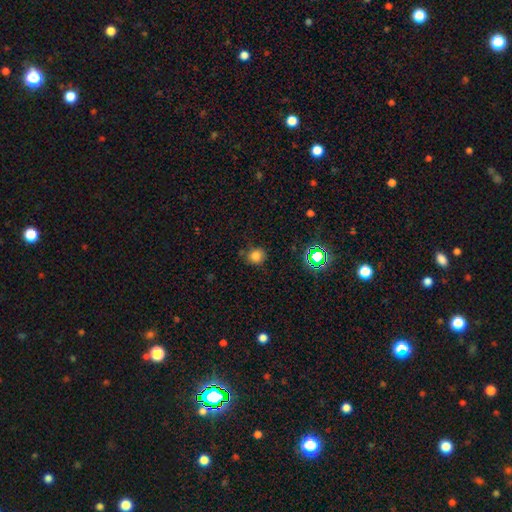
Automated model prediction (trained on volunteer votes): A smooth galaxy with no disk features (77%) that is round (83%).

Vote fractions:
- Smooth or featured? smooth: 77% / star or artifact: 17% / featured or disk: 5%
- How rounded? round: 83% / in between: 16% / cigar-shaped: 1%
- Merging? none: 76% / minor disturbance: 17% / major disturbance: 4% / merger: 3%